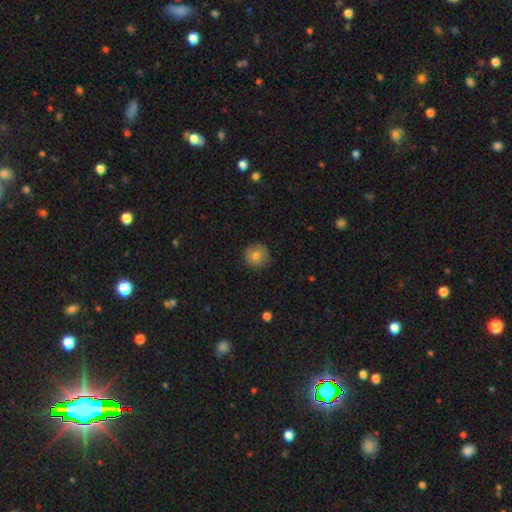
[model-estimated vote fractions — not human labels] This appears to be a smooth galaxy with no disk features (76%) that is round (95%). Merging: none (89%).